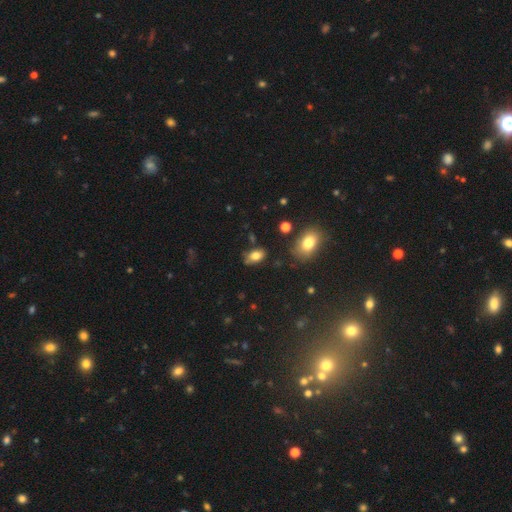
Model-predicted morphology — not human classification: type=smooth (78%); roundness=in between (90%); merging=none (70%).